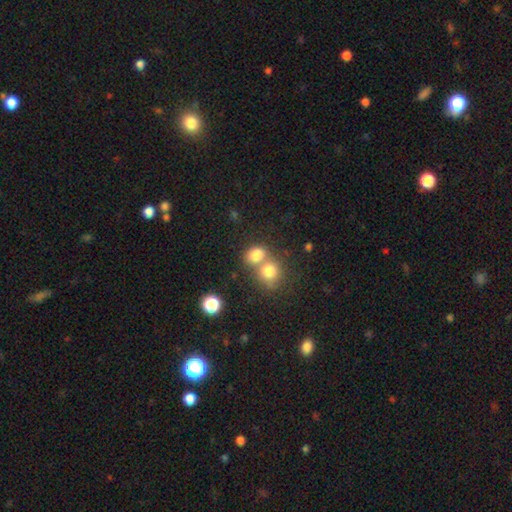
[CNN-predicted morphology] A smooth galaxy with no disk features (79%) that is round (55%). Merging: merger (52%).